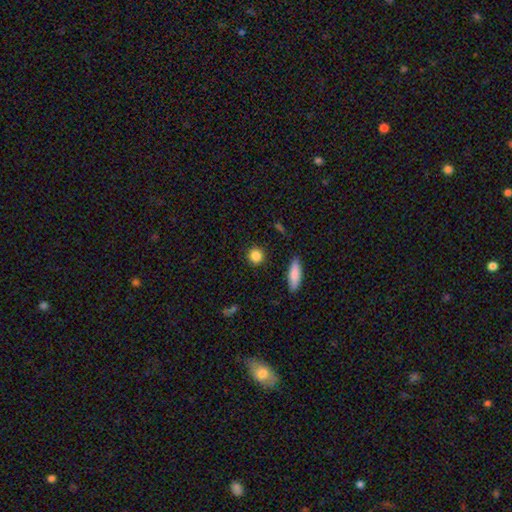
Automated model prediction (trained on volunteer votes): A smooth galaxy with no disk features (86%) that is round (88%). Merging: none (90%).